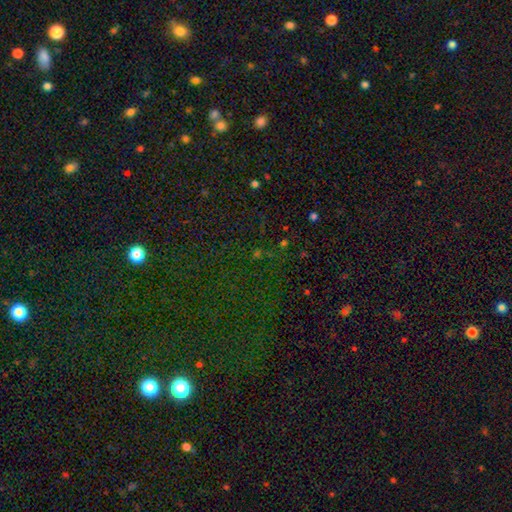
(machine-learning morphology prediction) A star or artifact, not a galaxy (73%).